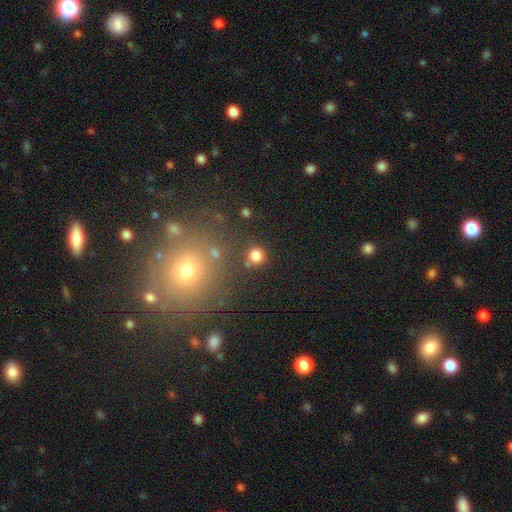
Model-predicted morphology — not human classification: This appears to be a smooth galaxy with no disk features (80%) that is round (92%). Merging: none (80%).